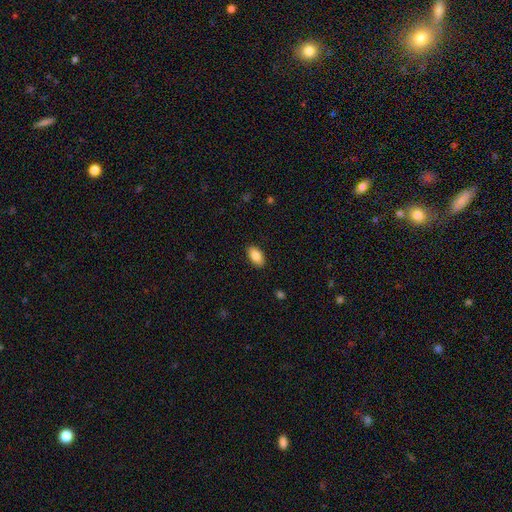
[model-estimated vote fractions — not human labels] Smooth or featured? smooth (86%)
How rounded? in between (93%)
Merging? none (89%)